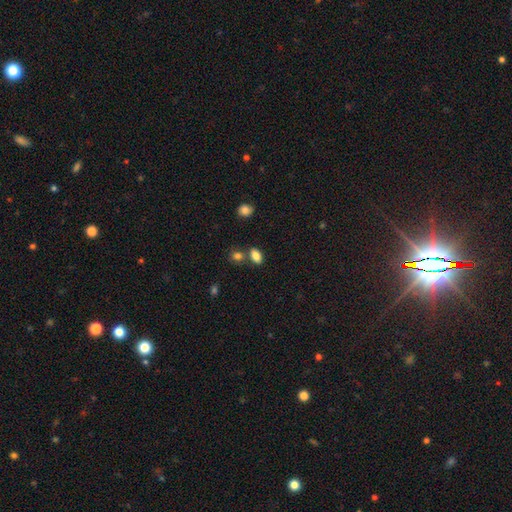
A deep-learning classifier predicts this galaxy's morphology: Q: Smooth or featured?
A: smooth (84%); runner-up: star or artifact (10%)
Q: How rounded?
A: in between (87%); runner-up: round (10%)
Q: Merging?
A: none (67%); runner-up: merger (18%)